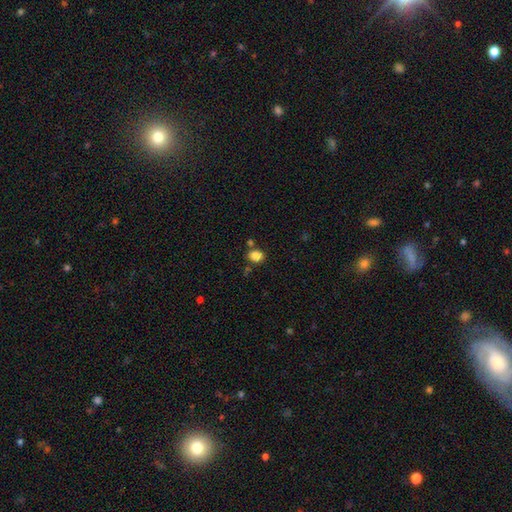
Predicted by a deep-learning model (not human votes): Smooth or featured: smooth — 84% (star or artifact — 11%)
How rounded: in between — 51% (round — 48%)
Merging: none — 72% (minor disturbance — 13%)